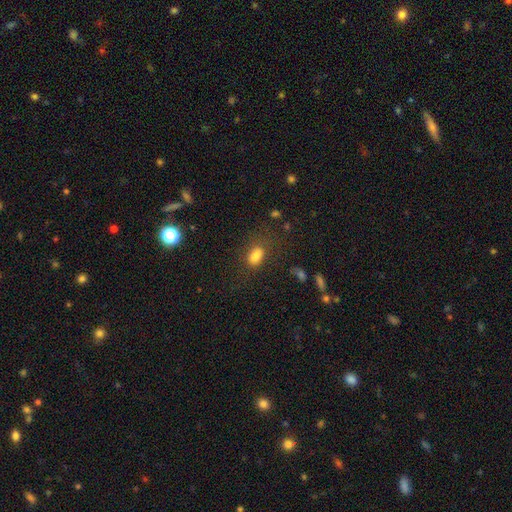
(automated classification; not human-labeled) A smooth galaxy with no disk features (81%) that is in between round and cigar-shaped (84%).

Vote fractions:
- Smooth or featured? smooth: 81% / star or artifact: 12% / featured or disk: 7%
- How rounded? in between: 84% / round: 13% / cigar-shaped: 3%
- Merging? none: 70% / minor disturbance: 17% / major disturbance: 10% / merger: 3%